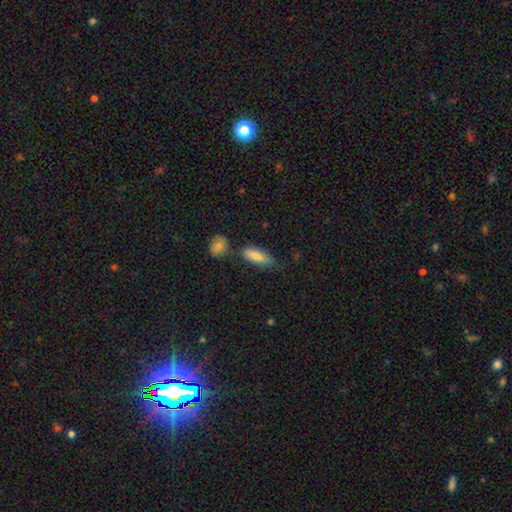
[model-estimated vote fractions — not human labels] This appears to be a smooth galaxy with no disk features (77%) that is in between round and cigar-shaped (50%). Merging: none (65%).